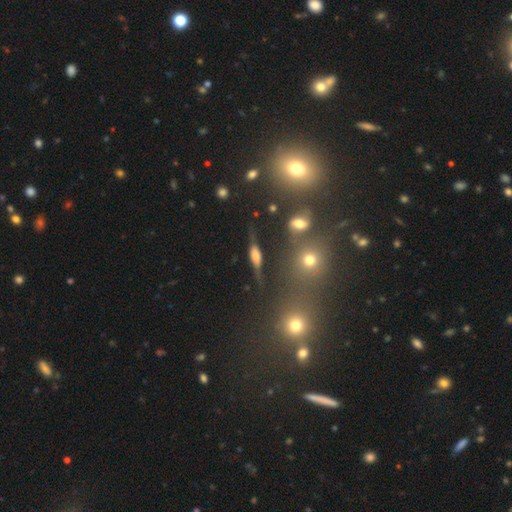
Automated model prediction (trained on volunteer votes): Smooth or featured? featured or disk (51%)
Edge-on disk? yes (75%)
Merging? none (59%)